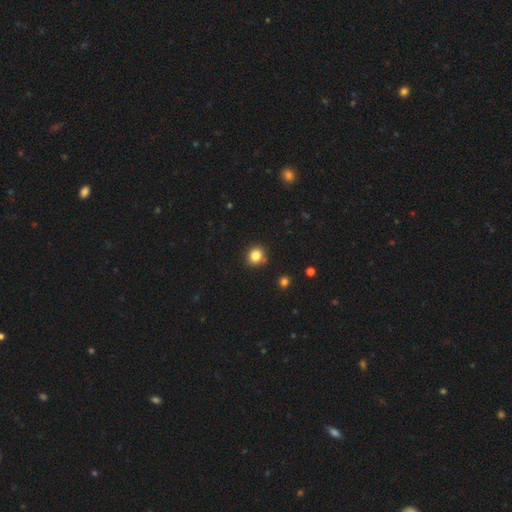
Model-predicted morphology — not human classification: type=smooth (83%); roundness=round (77%); merging=none (84%).